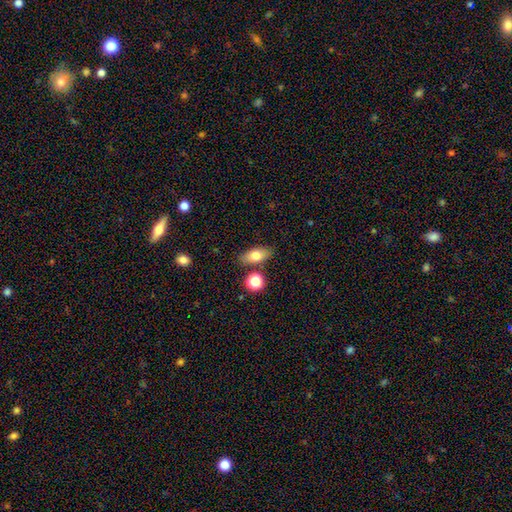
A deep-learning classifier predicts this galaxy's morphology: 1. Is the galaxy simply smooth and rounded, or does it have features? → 76% smooth, 15% featured or disk, 9% star or artifact.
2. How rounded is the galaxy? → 81% in between, 11% cigar-shaped, 8% round.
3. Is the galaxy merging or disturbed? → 80% none, 11% minor disturbance, 7% merger, 3% major disturbance.